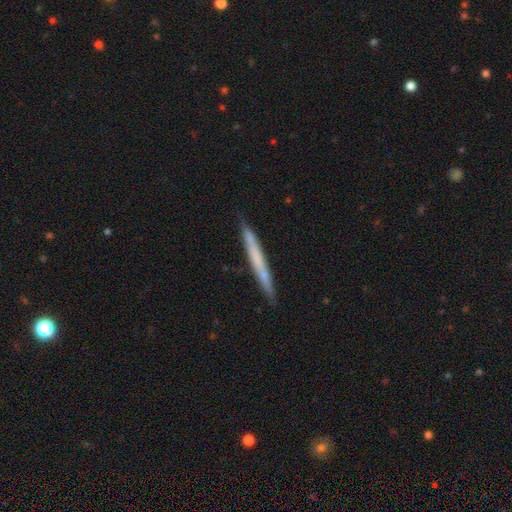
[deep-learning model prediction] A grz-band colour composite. It shows a smooth galaxy with no disk features (49%). Merging: none (87%).